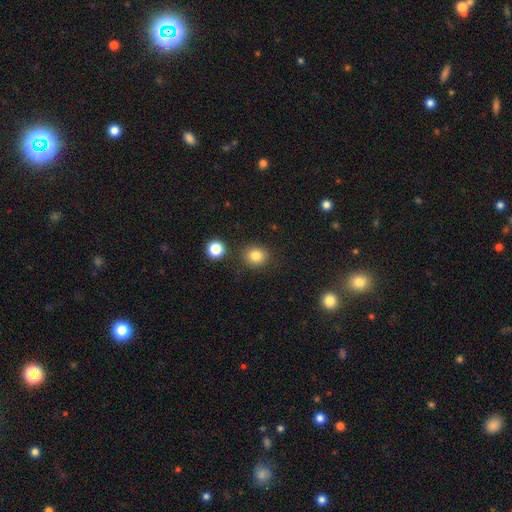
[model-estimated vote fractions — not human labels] smooth 82%, star or artifact 12%, featured or disk 6%. Down the decision tree: how rounded — round (81%); merging — none (84%).